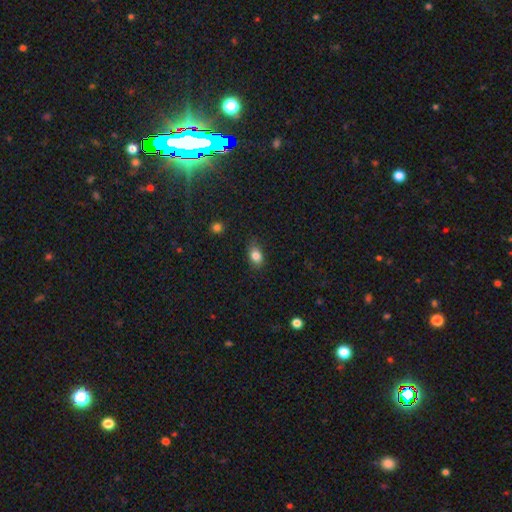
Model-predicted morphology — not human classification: Smooth or featured: smooth — 83% (star or artifact — 10%)
How rounded: in between — 73% (round — 25%)
Merging: none — 75% (minor disturbance — 20%)